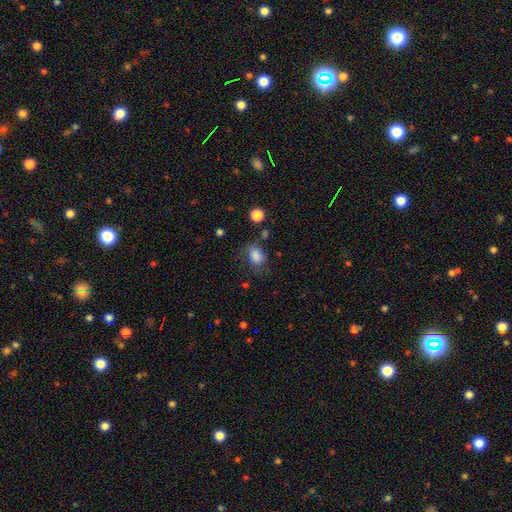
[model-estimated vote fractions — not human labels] smooth_or_featured: smooth (p=0.83) [alt: star or artifact p=0.10]
how_rounded: in between (p=0.70) [alt: round p=0.29]
merging: none (p=0.59) [alt: minor disturbance p=0.25]